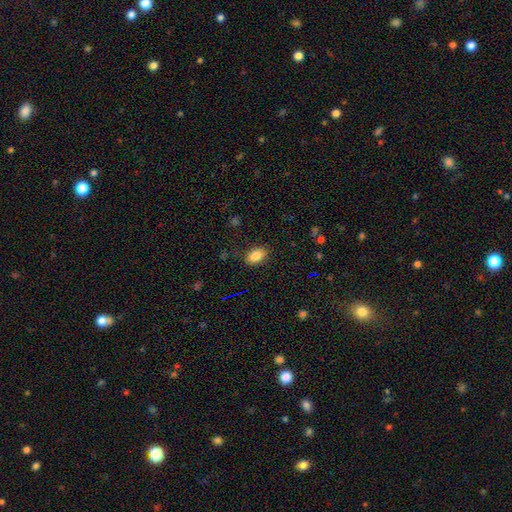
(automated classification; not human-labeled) This appears to be a smooth galaxy with no disk features (85%) that is in between round and cigar-shaped (87%). Merging: none (85%).